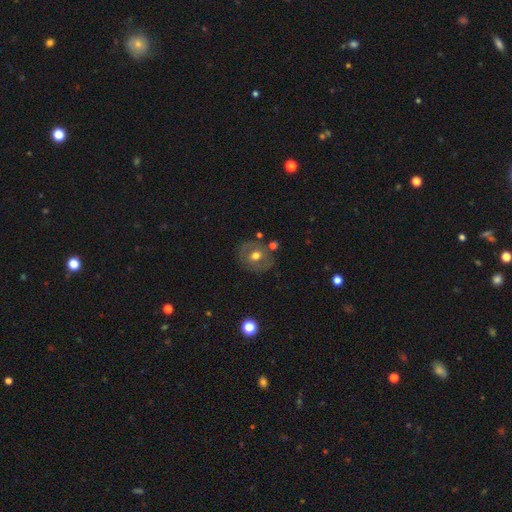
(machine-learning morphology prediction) Overall: smooth (49%; featured or disk 42%). Merging: none (78%).